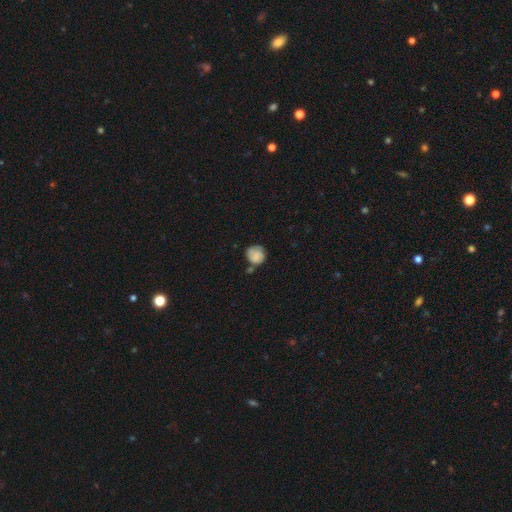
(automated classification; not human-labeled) Smooth or featured? Predicted: smooth (p=0.73). How rounded? Predicted: round (p=0.83). Merging? Predicted: none (p=0.55).